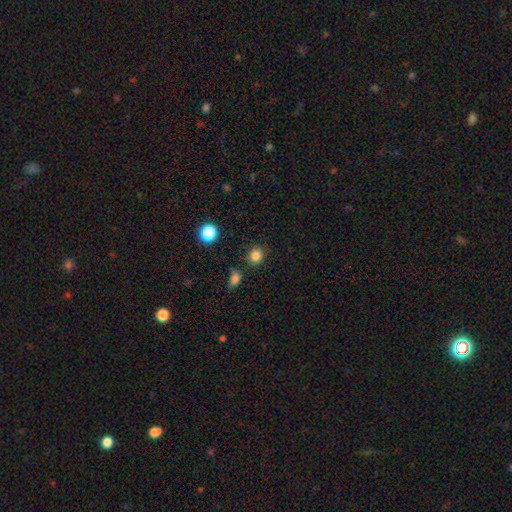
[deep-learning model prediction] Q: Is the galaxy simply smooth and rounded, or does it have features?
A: smooth — 83%.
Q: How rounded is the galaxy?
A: round — 85%.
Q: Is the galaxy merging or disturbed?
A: none — 84%.